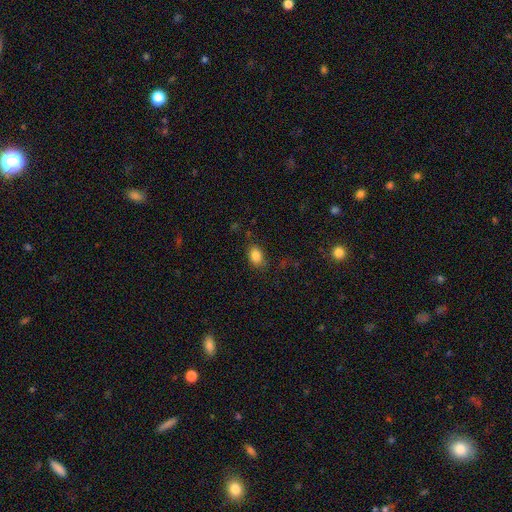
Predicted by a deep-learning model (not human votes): Q: Smooth or featured?
A: smooth (85%); runner-up: star or artifact (10%)
Q: How rounded?
A: in between (79%); runner-up: round (19%)
Q: Merging?
A: none (79%); runner-up: minor disturbance (15%)